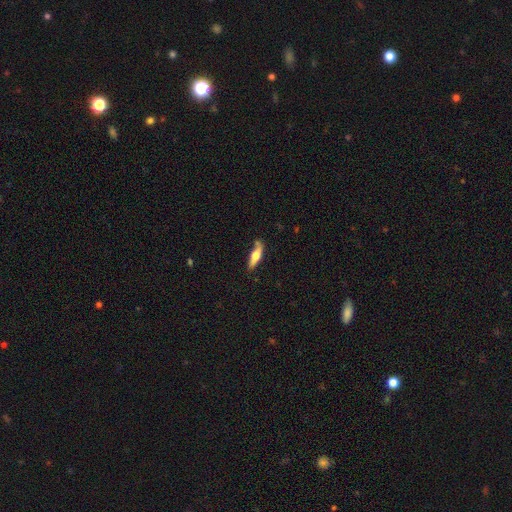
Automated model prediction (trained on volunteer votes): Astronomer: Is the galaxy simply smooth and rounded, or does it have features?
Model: smooth — 53% (runner-up: featured or disk, 42%).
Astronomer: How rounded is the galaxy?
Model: cigar-shaped — 57% (runner-up: in between, 40%).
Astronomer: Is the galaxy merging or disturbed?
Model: none — 68%.